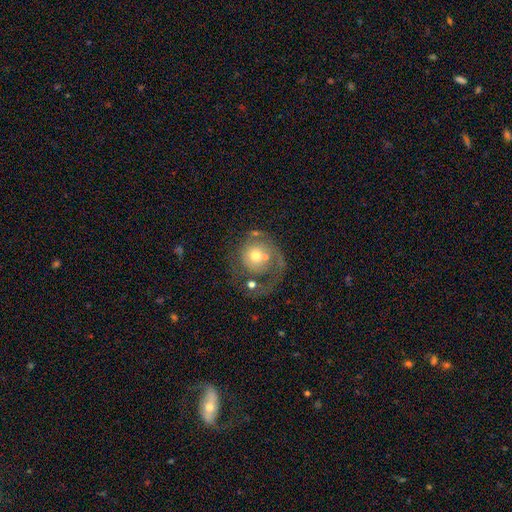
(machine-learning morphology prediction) type=featured or disk (57%); edge-on=no (97%); bar=no (85%); spiral arms=yes (62%); bulge=moderate (62%); merging=major disturbance (34%).